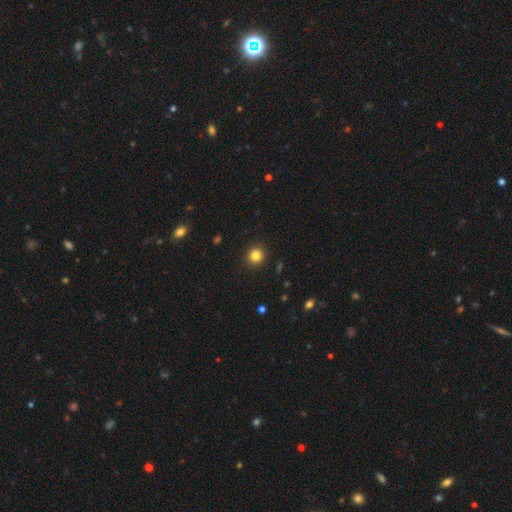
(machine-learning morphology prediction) Overall: smooth (83%). How rounded: round (88%). Merging: none (92%).